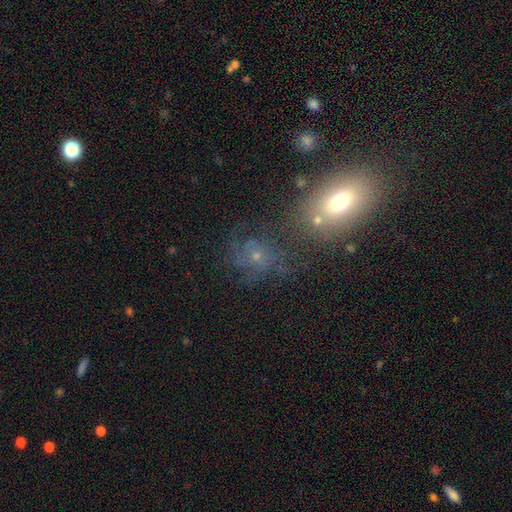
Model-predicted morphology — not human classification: This appears to be a featured or disk galaxy (41%). Merging: none (56%).